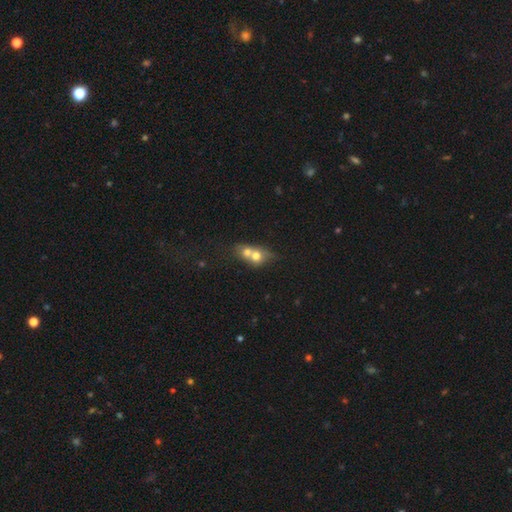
This appears to be a smooth galaxy with no disk features (56%) that is round (55%). Merging: merger (71%).